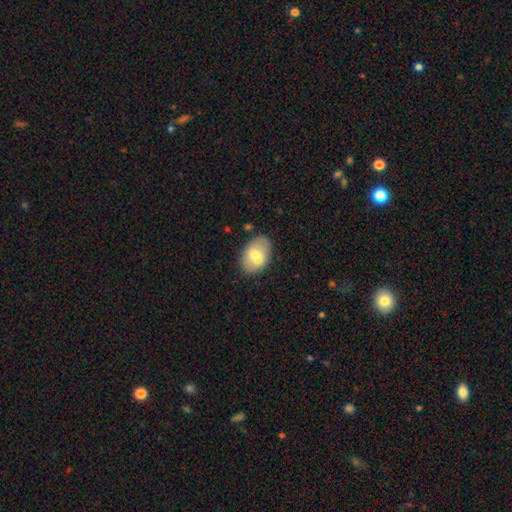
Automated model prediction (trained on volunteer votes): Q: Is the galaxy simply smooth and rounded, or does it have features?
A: smooth — 64%.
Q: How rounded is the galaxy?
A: in between — 86%.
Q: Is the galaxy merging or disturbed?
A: none — 67%.